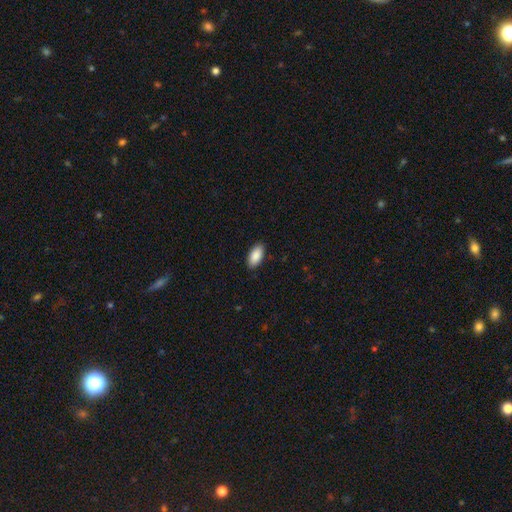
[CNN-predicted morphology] smooth 90%, star or artifact 6%, featured or disk 4%. Down the decision tree: how rounded — in between (93%); merging — none (89%).